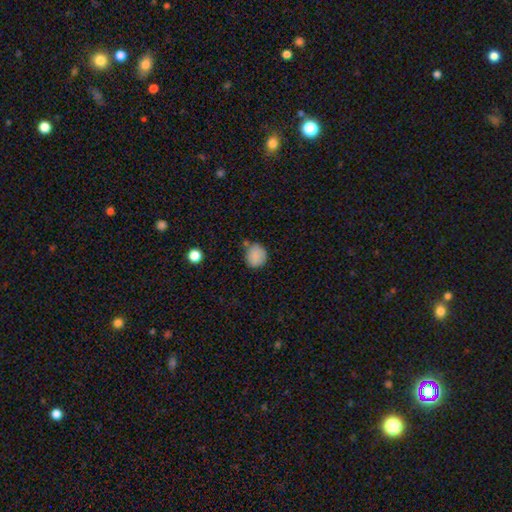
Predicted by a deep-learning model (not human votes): smooth-or-featured: smooth: 86% | star or artifact: 9% | featured or disk: 5%
  how-rounded: round: 78% | in between: 21% | cigar-shaped: 1%
  merging: none: 65% | minor disturbance: 21% | merger: 8% | major disturbance: 5%